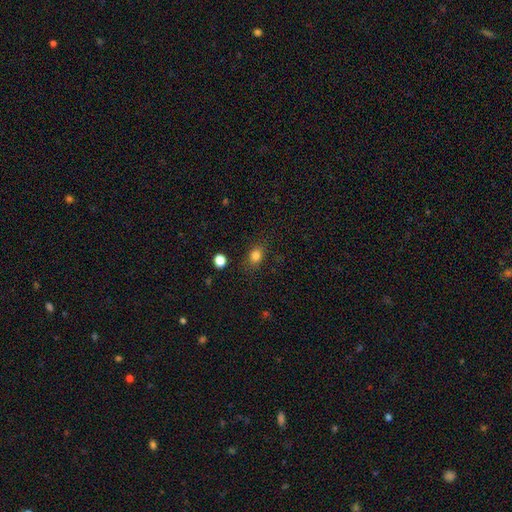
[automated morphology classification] A smooth galaxy with no disk features (83%) that is in between round and cigar-shaped (57%).

Vote fractions:
- Smooth or featured? smooth: 83% / star or artifact: 12% / featured or disk: 5%
- How rounded? in between: 57% / round: 41% / cigar-shaped: 2%
- Merging? none: 82% / minor disturbance: 12% / major disturbance: 4% / merger: 2%